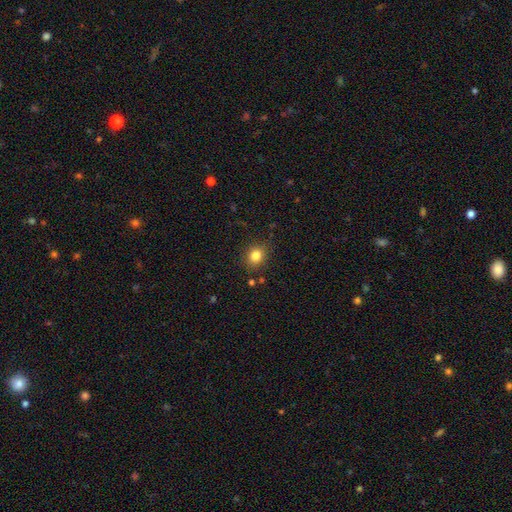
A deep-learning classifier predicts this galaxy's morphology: type=smooth (83%); roundness=round (66%); merging=none (85%).